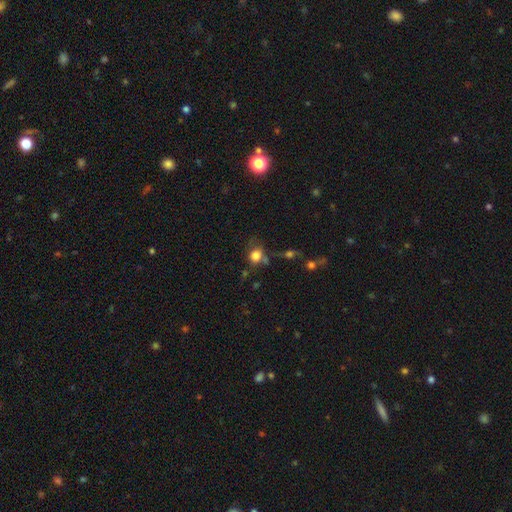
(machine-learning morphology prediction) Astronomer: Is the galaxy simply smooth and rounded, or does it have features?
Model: smooth — 79%.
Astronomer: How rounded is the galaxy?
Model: round — 70%.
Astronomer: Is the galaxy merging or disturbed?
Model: none — 51%.